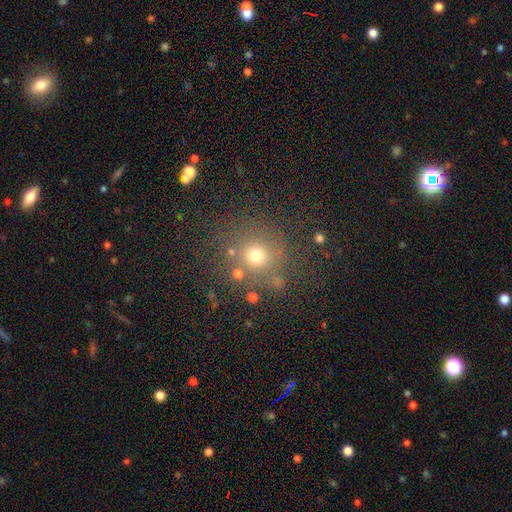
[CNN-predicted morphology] This appears to be a smooth galaxy with no disk features (69%) that is round (91%). Merging: none (76%).